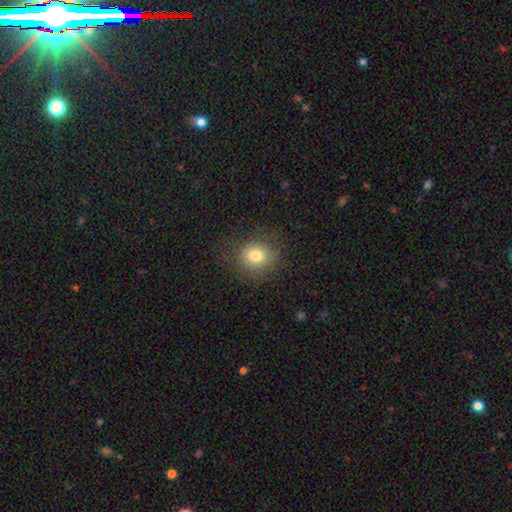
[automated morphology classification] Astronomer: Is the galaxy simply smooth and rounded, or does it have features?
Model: smooth — 78%.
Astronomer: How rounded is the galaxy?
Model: round — 77%.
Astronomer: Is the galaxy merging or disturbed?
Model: none — 82%.